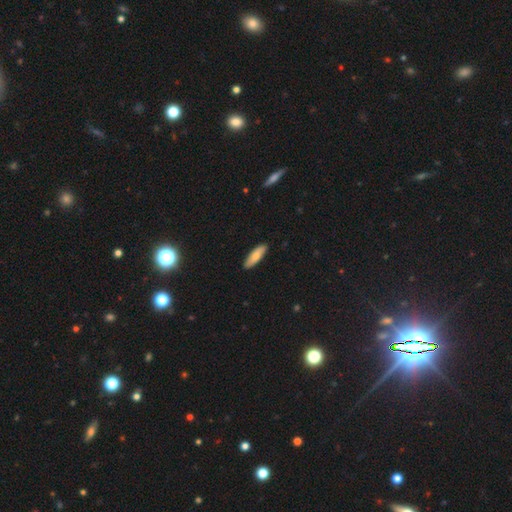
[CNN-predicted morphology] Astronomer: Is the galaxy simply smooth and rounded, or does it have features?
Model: smooth — 73%.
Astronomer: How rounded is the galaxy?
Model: cigar-shaped — 51% (runner-up: in between, 47%).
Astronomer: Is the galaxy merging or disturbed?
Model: none — 90%.